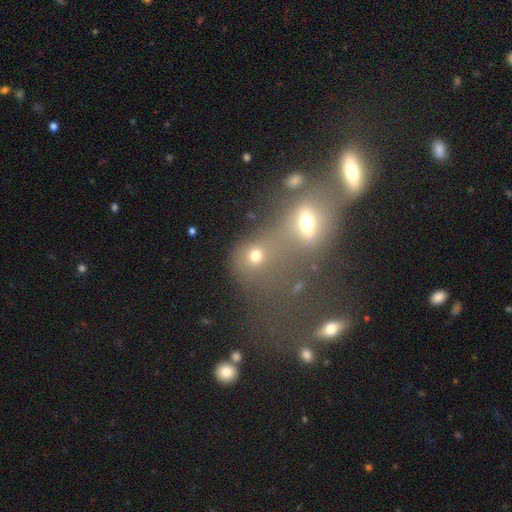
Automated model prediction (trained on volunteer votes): smooth 60%, star or artifact 22%, featured or disk 18%. Down the decision tree: how rounded — round (64%); merging — merger (53%).